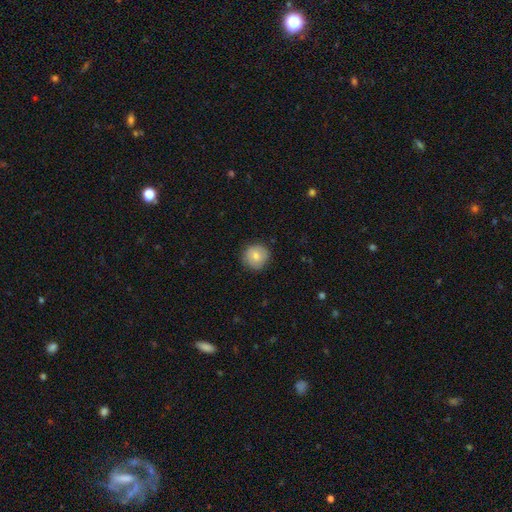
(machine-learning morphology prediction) Q: Smooth or featured?
A: smooth (75%); runner-up: featured or disk (18%)
Q: How rounded?
A: round (93%); runner-up: in between (6%)
Q: Merging?
A: none (83%); runner-up: minor disturbance (13%)